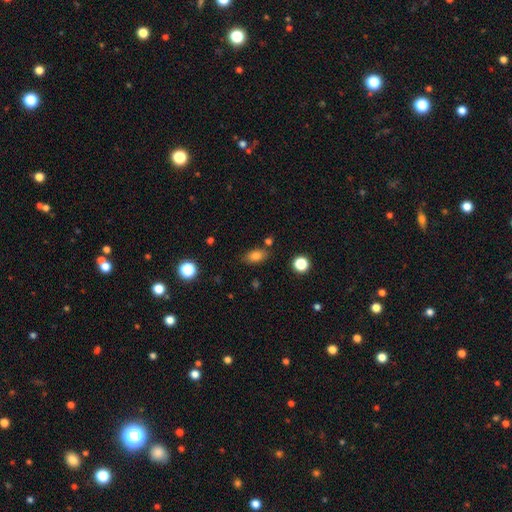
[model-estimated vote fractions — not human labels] This is likely a smooth galaxy (79%). How rounded: clearly in between (85%). Merging: likely none (79%).